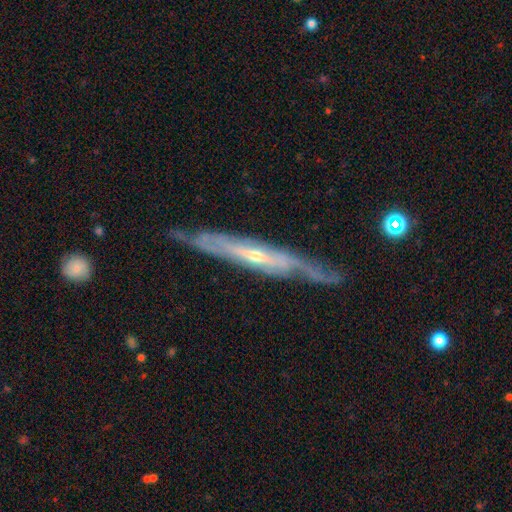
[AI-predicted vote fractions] Smooth or featured?
  - featured or disk: 82% *
  - smooth: 12%
  - star or artifact: 5%
Edge-on disk?
  - yes: 68% *
  - no: 32%
Edge-on bulge?
  - rounded: 60% *
  - none: 35%
  - boxy: 4%
Merging?
  - none: 71% *
  - minor disturbance: 22%
  - major disturbance: 6%
  - merger: 2%